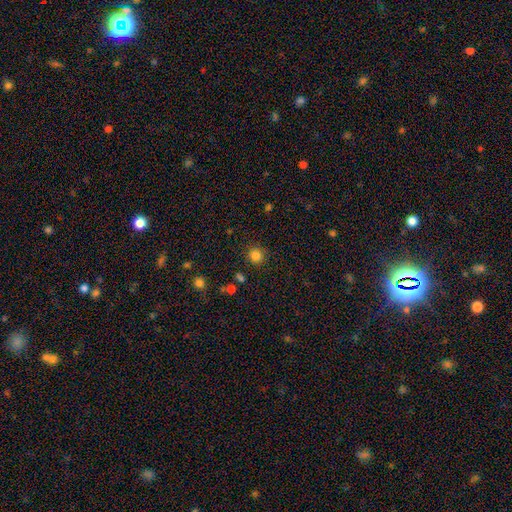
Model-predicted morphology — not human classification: Q: Smooth or featured?
A: smooth (83%); runner-up: star or artifact (13%)
Q: How rounded?
A: round (90%); runner-up: in between (9%)
Q: Merging?
A: none (88%); runner-up: minor disturbance (8%)